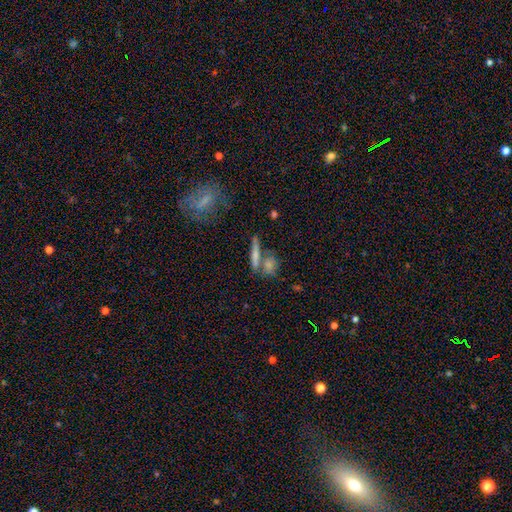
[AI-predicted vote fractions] smooth-or-featured: smooth: 59% | featured or disk: 31% | star or artifact: 10%
  how-rounded: cigar-shaped: 69% | in between: 20% | round: 11%
  merging: none: 59% | merger: 26% | minor disturbance: 11% | major disturbance: 5%